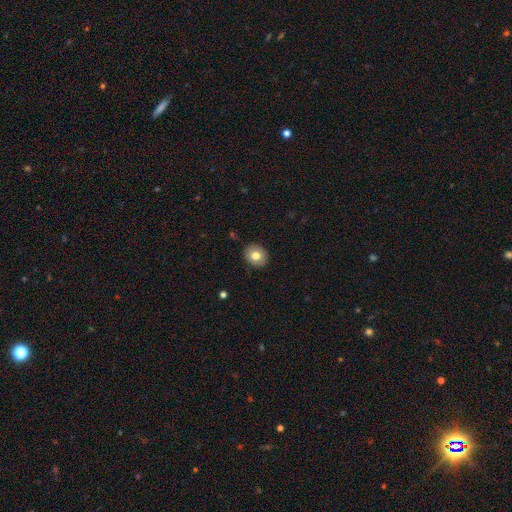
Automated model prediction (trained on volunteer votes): A smooth galaxy with no disk features (76%) that is round (69%).

Vote fractions:
- Smooth or featured? smooth: 76% / featured or disk: 15% / star or artifact: 8%
- How rounded? round: 69% / in between: 30% / cigar-shaped: 1%
- Merging? none: 89% / minor disturbance: 8% / major disturbance: 2% / merger: 1%